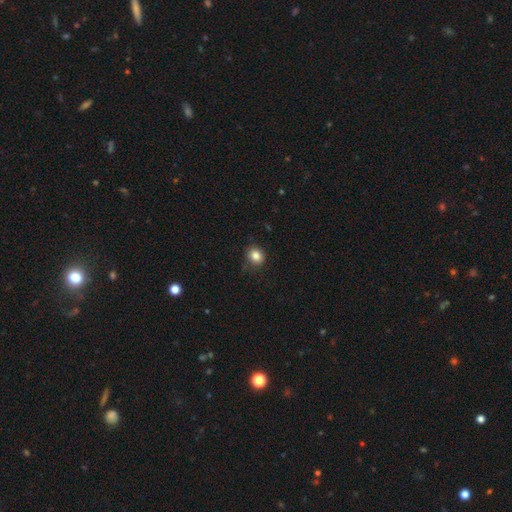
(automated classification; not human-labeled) This appears to be a smooth galaxy with no disk features (84%) that is round (77%). Merging: none (79%).